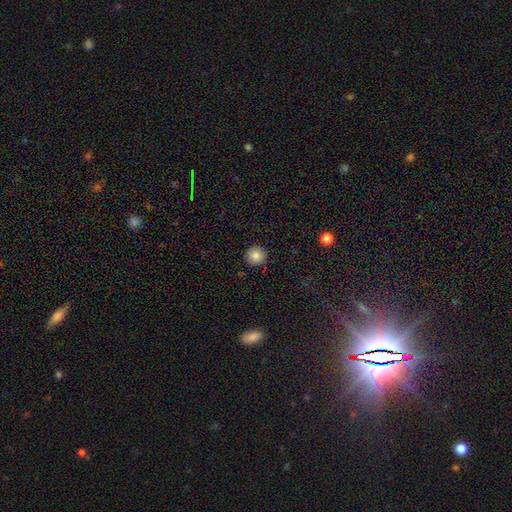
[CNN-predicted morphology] This is clearly a smooth galaxy (84%). How rounded: clearly round (94%). Merging: clearly none (91%).